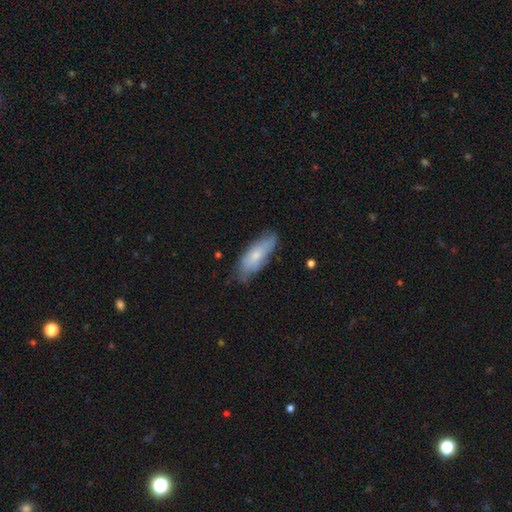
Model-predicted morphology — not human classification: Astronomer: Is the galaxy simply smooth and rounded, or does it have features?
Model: smooth — 67%.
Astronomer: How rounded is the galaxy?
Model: in between — 62%.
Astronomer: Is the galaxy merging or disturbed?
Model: none — 66%.